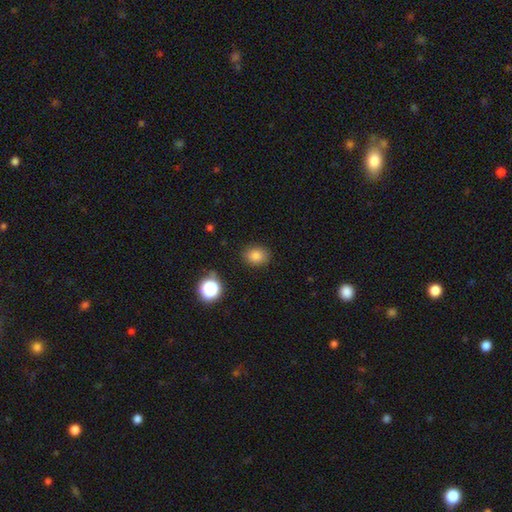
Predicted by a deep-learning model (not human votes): Smooth or featured? smooth (82%)
How rounded? in between (51%)
Merging? none (85%)